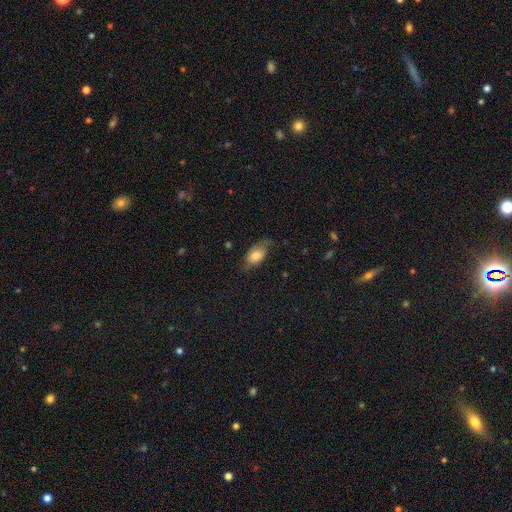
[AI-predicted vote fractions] This appears to be a smooth galaxy with no disk features (64%) that is in between round and cigar-shaped (90%). Merging: none (58%).